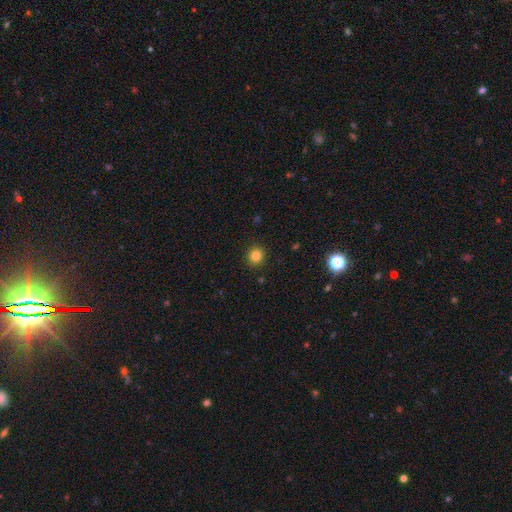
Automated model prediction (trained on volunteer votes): smooth 82%, star or artifact 13%, featured or disk 5%. Down the decision tree: how rounded — round (89%); merging — none (91%).